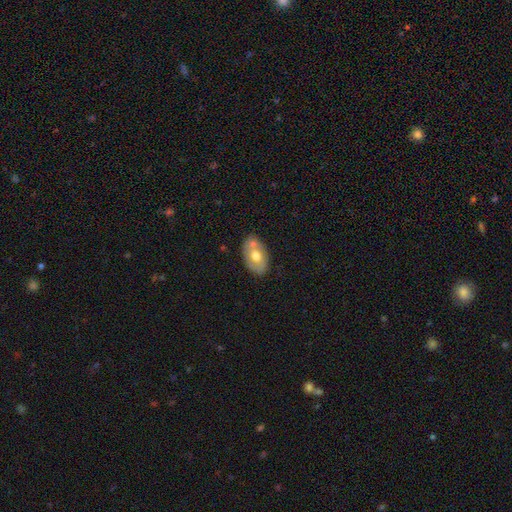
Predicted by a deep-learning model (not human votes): A smooth galaxy with no disk features (54%) that is in between round and cigar-shaped (88%). Merging: none (64%).